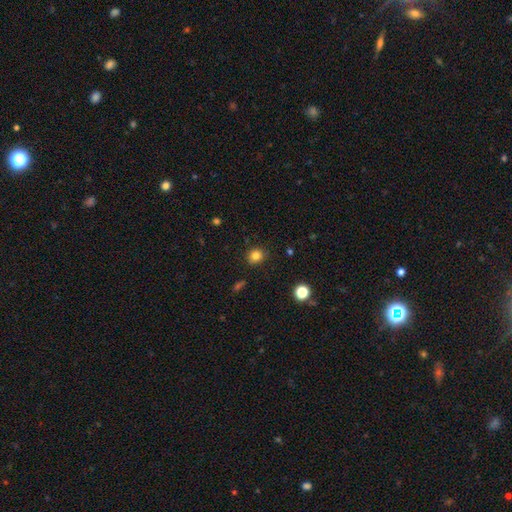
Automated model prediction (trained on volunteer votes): A smooth galaxy with no disk features (82%) that is round (83%).

Vote fractions:
- Smooth or featured? smooth: 82% / star or artifact: 12% / featured or disk: 5%
- How rounded? round: 83% / in between: 17% / cigar-shaped: 1%
- Merging? none: 87% / minor disturbance: 10% / major disturbance: 2% / merger: 1%